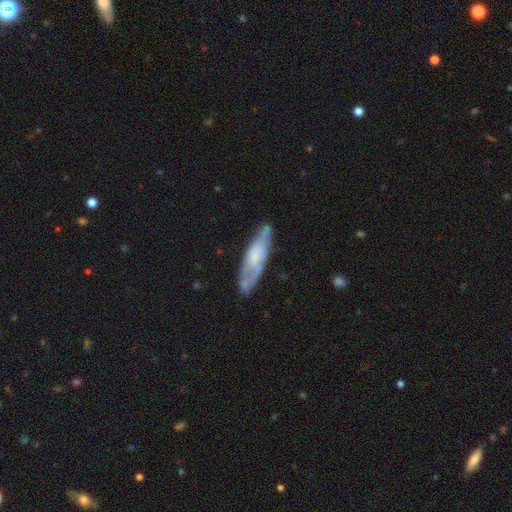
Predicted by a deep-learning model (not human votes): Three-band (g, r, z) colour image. It shows a featured or disk galaxy (56%). Merging: none (66%).